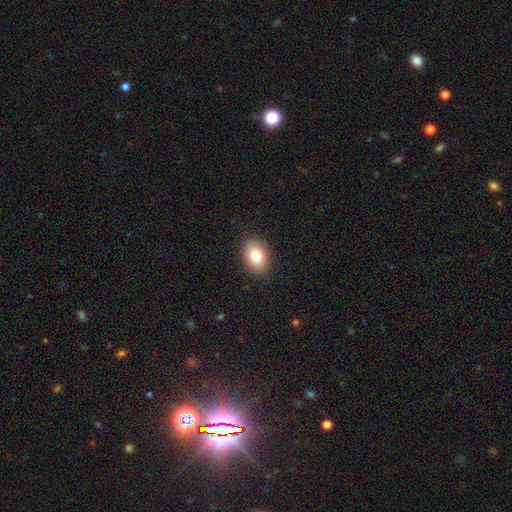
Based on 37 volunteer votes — Smooth or featured? 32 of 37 (86%) said smooth. How rounded? 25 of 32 (78%) said in between. Merging? 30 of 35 (86%) said none.